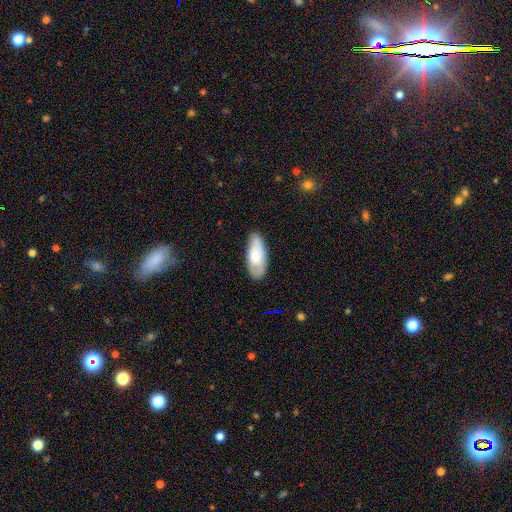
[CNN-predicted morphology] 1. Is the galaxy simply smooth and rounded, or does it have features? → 68% smooth, 26% featured or disk, 6% star or artifact.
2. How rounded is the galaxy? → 85% in between, 13% cigar-shaped, 2% round.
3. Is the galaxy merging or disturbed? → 77% none, 18% minor disturbance, 4% major disturbance, 1% merger.